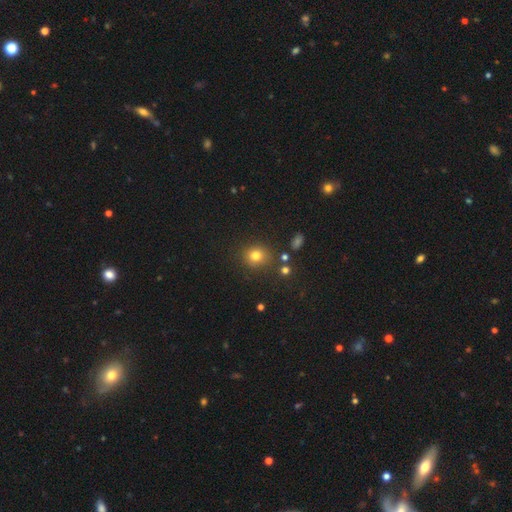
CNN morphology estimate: This is likely a smooth galaxy (78%). How rounded: likely round (80%). Merging: clearly none (81%).